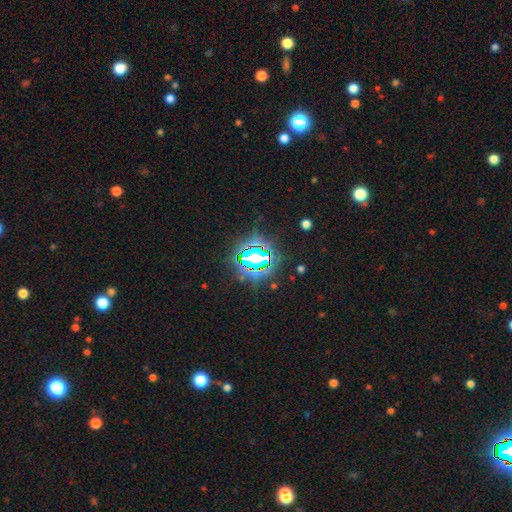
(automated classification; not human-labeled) A star or artifact, not a galaxy (78%).

Vote fractions:
- Smooth or featured? star or artifact: 78% / smooth: 14% / featured or disk: 8%